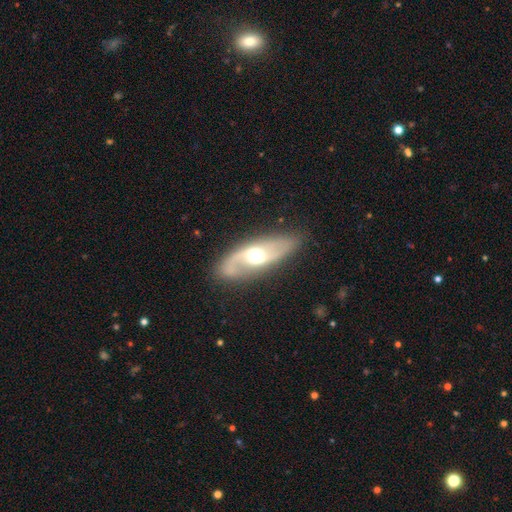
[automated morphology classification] smooth-or-featured: featured or disk: 77% | smooth: 18% | star or artifact: 5%
  disk-edge-on: no: 87% | yes: 13%
    bar: no: 49% | weak: 38% | strong: 13%
    has-spiral-arms: yes: 87% | no: 13%
      spiral-winding: loose: 53% | medium: 36% | tight: 11%
      spiral-arm-count: 2: 87% | 1: 5% | can't tell: 5% | 3: 1% | 4: 1% | more than 4: 1%
    bulge-size: moderate: 66% | large: 23% | small: 7% | dominant: 2% | none: 1%
  merging: none: 83% | minor disturbance: 12% | major disturbance: 4% | merger: 1%